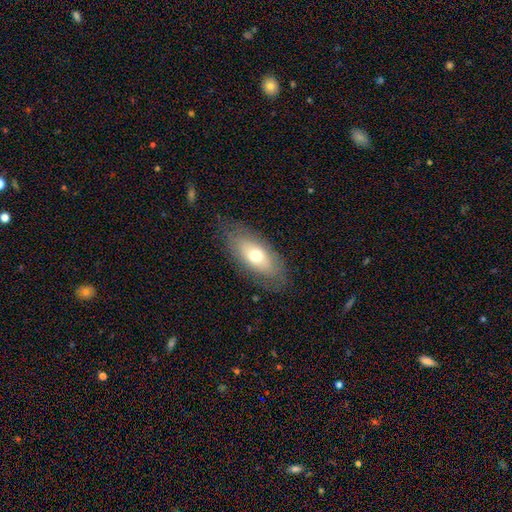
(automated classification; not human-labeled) Smooth or featured? smooth (63%)
How rounded? in between (85%)
Merging? none (78%)